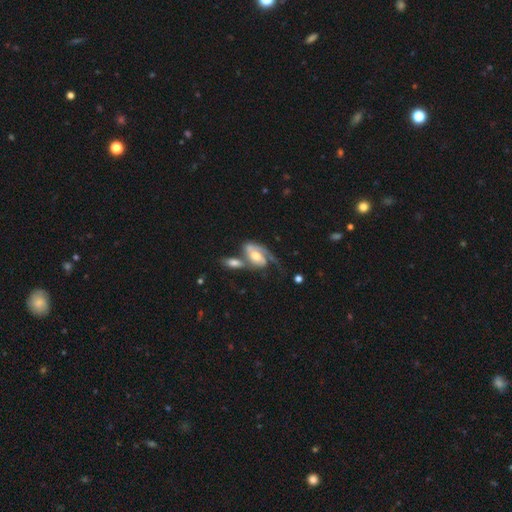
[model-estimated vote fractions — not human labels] A featured or disk galaxy (73%) with no bar (53%), 1 (46%) medium (40%) spiral arms (89%) and a moderate central bulge (59%).

Vote fractions:
- Smooth or featured? featured or disk: 73% / smooth: 21% / star or artifact: 6%
- Edge-on disk? no: 95% / yes: 5%
- Bar? no: 53% / weak: 35% / strong: 12%
- Spiral arms? yes: 89% / no: 11%
- Spiral winding? medium: 40% / tight: 33% / loose: 27%
- Spiral arm count? 1: 46% / 2: 41% / can't tell: 9% / 3: 2% / 4: 1% / more than 4: 1%
- Bulge size? moderate: 59% / large: 22% / small: 14% / none: 3% / dominant: 2%
- Merging? merger: 40% / none: 25% / major disturbance: 23% / minor disturbance: 13%